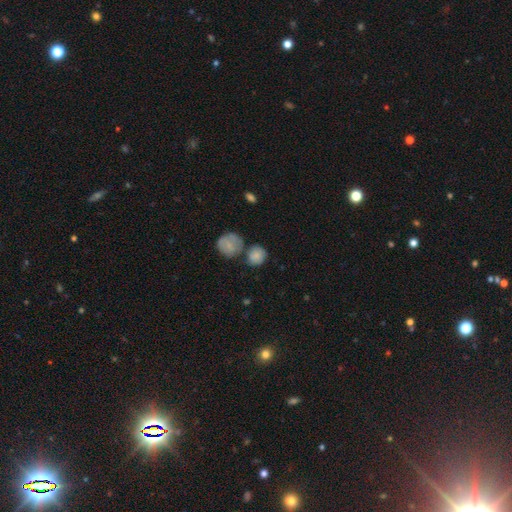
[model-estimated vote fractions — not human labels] Smooth or featured? Predicted: smooth (p=0.83). How rounded? Predicted: round (p=0.80). Merging? Predicted: none (p=0.54).